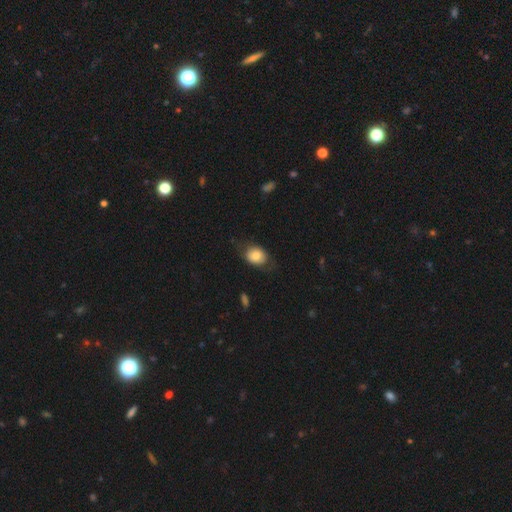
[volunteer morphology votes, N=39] This is likely a smooth galaxy (69%). How rounded: likely in between (70%). Merging: likely none (61%).